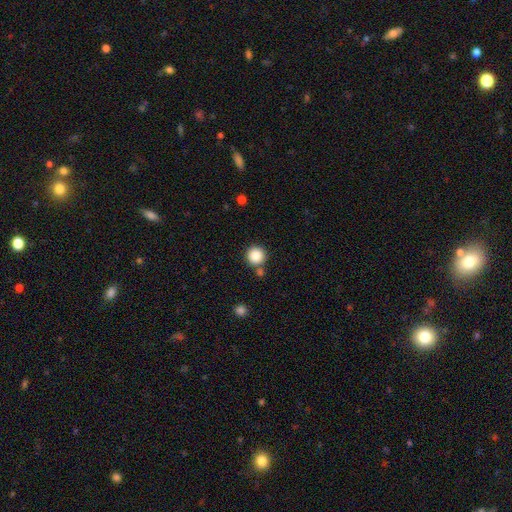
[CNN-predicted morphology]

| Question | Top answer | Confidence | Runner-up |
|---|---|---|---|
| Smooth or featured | smooth | 85% | star or artifact (10%) |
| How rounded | round | 95% | in between (4%) |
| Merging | none | 80% | merger (10%) |